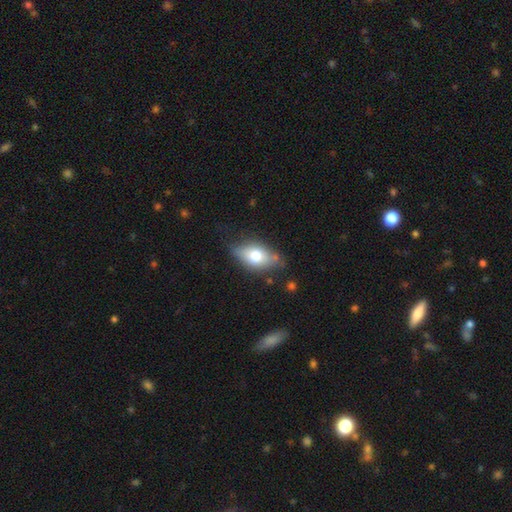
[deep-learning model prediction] smooth-or-featured: smooth: 67% | featured or disk: 25% | star or artifact: 7%
  how-rounded: in between: 86% | round: 8% | cigar-shaped: 6%
  merging: none: 67% | minor disturbance: 24% | major disturbance: 6% | merger: 3%